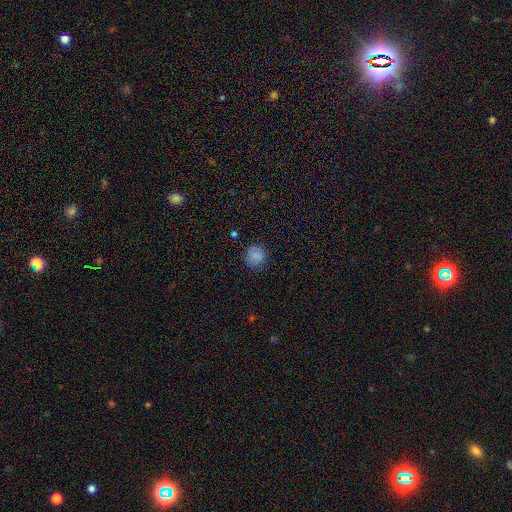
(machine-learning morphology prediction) This appears to be a smooth galaxy with no disk features (83%) that is round (87%). Merging: none (83%).